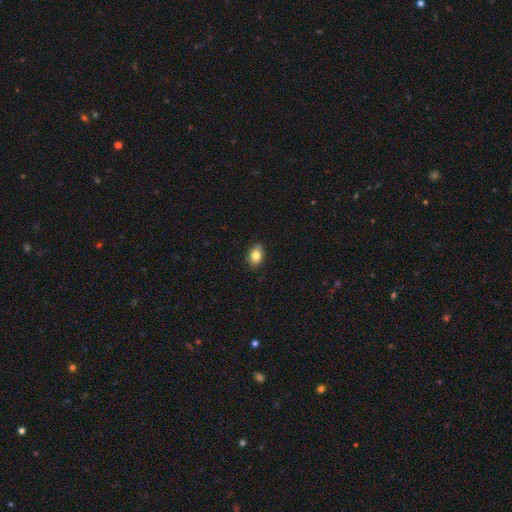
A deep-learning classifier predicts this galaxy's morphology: Smooth or featured?
  - smooth: 83% *
  - featured or disk: 9%
  - star or artifact: 8%
How rounded?
  - in between: 80% *
  - round: 18%
  - cigar-shaped: 1%
Merging?
  - none: 86% *
  - minor disturbance: 11%
  - major disturbance: 2%
  - merger: 1%